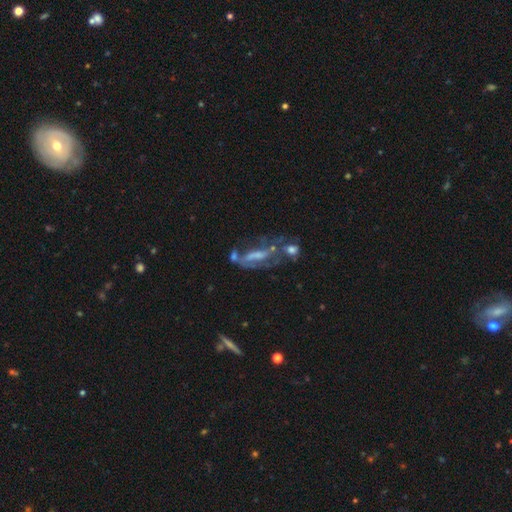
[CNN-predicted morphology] Smooth or featured: featured or disk — 62% (smooth — 25%)
Edge-on disk: no — 84% (yes — 16%)
Bar: no — 47% (weak — 29%)
Spiral arms: no — 52% (yes — 48%)
Bulge size: none — 34% (small — 29%)
Merging: merger — 31% (major disturbance — 28%)